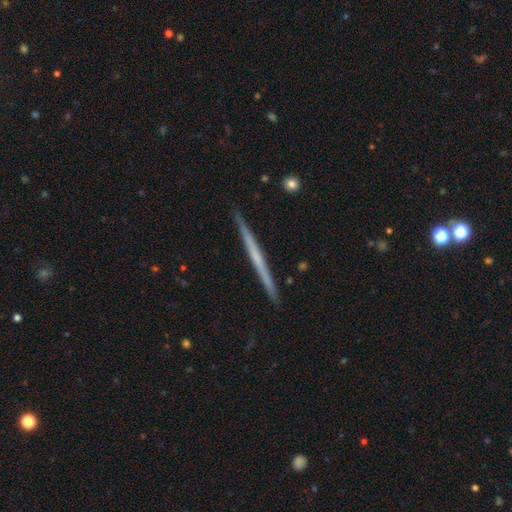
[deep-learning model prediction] Overall: featured or disk (59%; smooth 36%). Edge-on disk: yes (98%). Edge-on bulge: none (88%). Merging: none (92%).